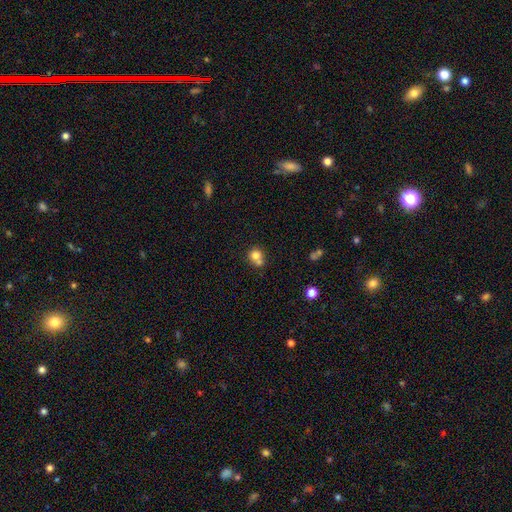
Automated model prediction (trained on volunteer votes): This is likely a smooth galaxy (76%). How rounded: clearly round (84%). Merging: possibly merger (46%).